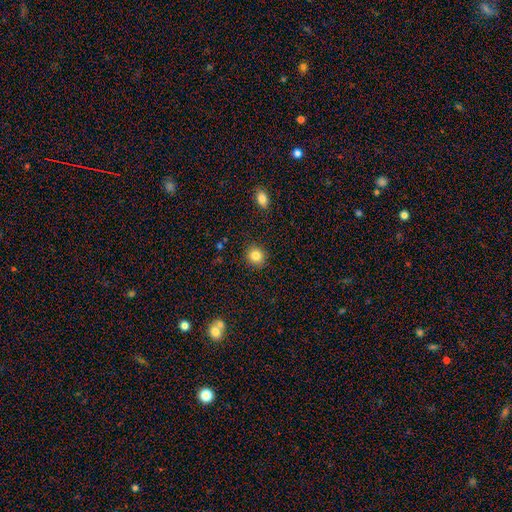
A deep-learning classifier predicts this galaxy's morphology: type=smooth (84%); roundness=round (83%); merging=none (89%).